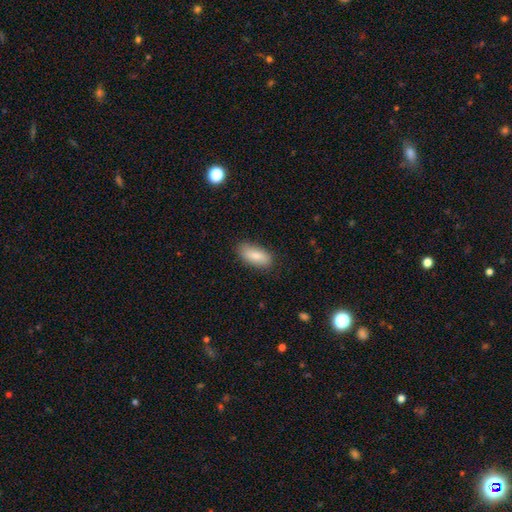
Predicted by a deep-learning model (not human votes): smooth-or-featured: smooth: 83% | featured or disk: 11% | star or artifact: 6%
  how-rounded: in between: 87% | cigar-shaped: 11% | round: 2%
  merging: none: 84% | minor disturbance: 12% | major disturbance: 3% | merger: 1%